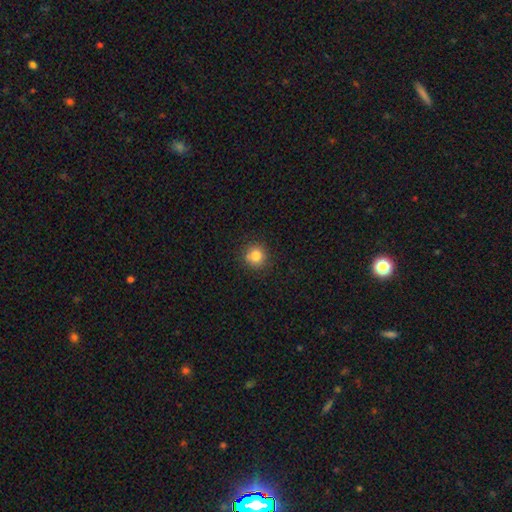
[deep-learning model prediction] smooth 83%, star or artifact 12%, featured or disk 6%. Down the decision tree: how rounded — round (93%); merging — none (87%).